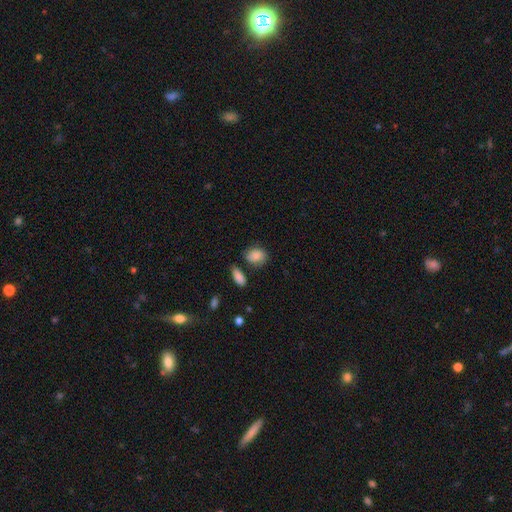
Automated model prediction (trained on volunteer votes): The model was most divided on "how rounded": in between: 64%, round: 34%, cigar-shaped: 2%. More confident: smooth or featured — smooth (84%); merging — none (63%).